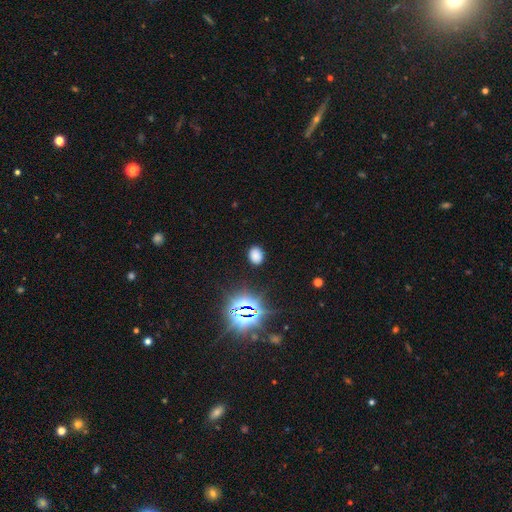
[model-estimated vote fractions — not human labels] Smooth or featured? Predicted: smooth (p=0.72). How rounded? Predicted: in between (p=0.67). Merging? Predicted: none (p=0.86).